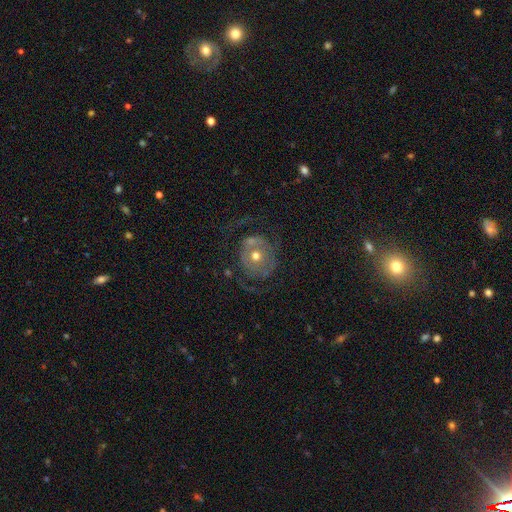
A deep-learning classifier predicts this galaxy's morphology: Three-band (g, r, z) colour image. It shows a featured or disk galaxy (65%) with no bar (83%), spiral arms (58%) and a moderate central bulge (69%). Merging: none (46%).